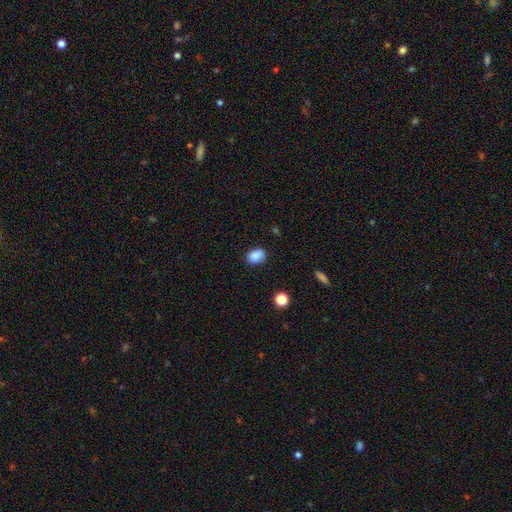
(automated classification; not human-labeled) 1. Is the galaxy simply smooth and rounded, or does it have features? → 86% smooth, 9% star or artifact, 5% featured or disk.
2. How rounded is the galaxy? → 68% in between, 31% round, 1% cigar-shaped.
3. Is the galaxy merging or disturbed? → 75% none, 20% minor disturbance, 4% major disturbance, 2% merger.